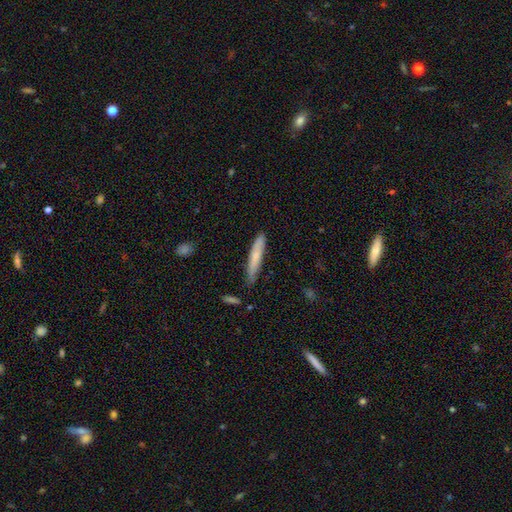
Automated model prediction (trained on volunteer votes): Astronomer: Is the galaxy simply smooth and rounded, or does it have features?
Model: smooth — 66%.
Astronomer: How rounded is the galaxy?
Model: cigar-shaped — 92%.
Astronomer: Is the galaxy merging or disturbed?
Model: none — 79%.